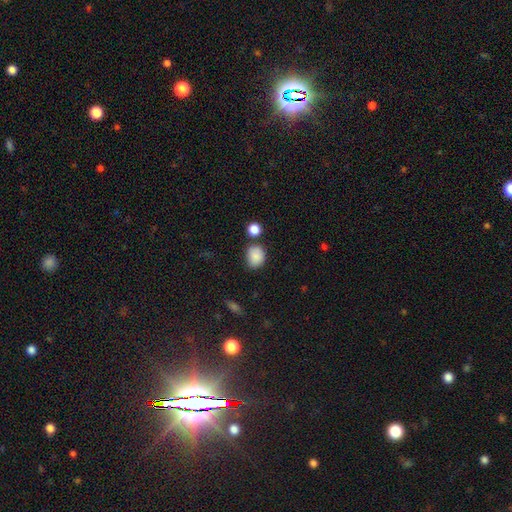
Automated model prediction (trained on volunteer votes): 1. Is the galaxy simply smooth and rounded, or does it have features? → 86% smooth, 9% star or artifact, 5% featured or disk.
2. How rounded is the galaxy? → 56% round, 43% in between, 1% cigar-shaped.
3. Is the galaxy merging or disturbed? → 70% none, 17% minor disturbance, 8% merger, 4% major disturbance.